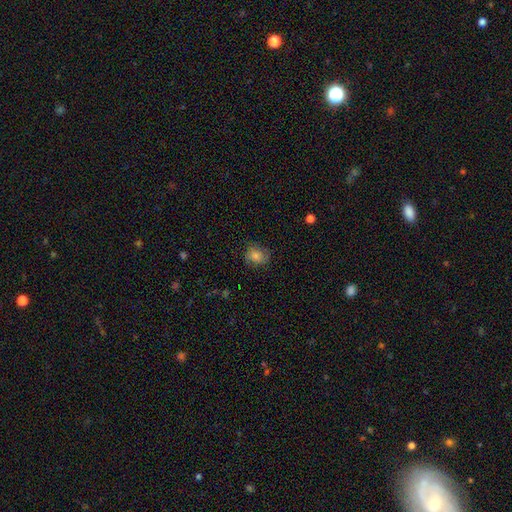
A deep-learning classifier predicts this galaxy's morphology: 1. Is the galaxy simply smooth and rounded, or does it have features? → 59% smooth, 27% featured or disk, 15% star or artifact.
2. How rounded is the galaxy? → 67% round, 32% in between, 1% cigar-shaped.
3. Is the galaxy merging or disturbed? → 75% none, 18% minor disturbance, 6% major disturbance, 1% merger.